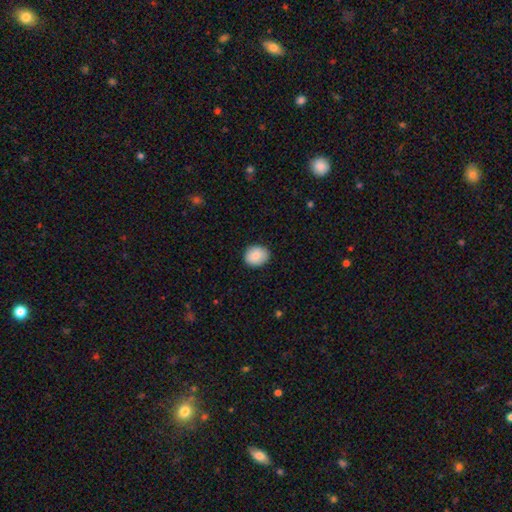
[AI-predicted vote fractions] smooth 88%, star or artifact 7%, featured or disk 5%. Down the decision tree: how rounded — round (67%); merging — none (88%).